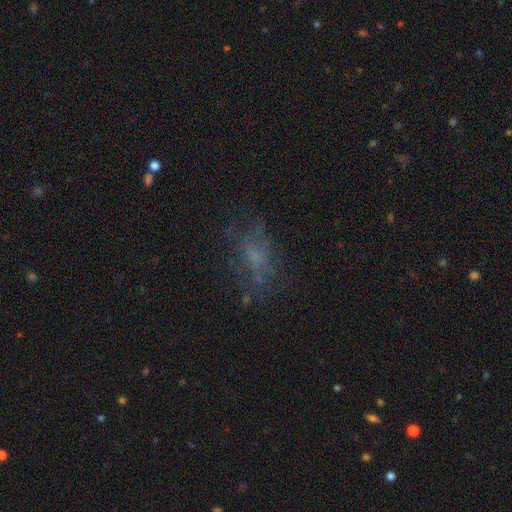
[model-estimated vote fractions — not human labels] Smooth or featured? Predicted: smooth (p=0.41). Merging? Predicted: none (p=0.53).